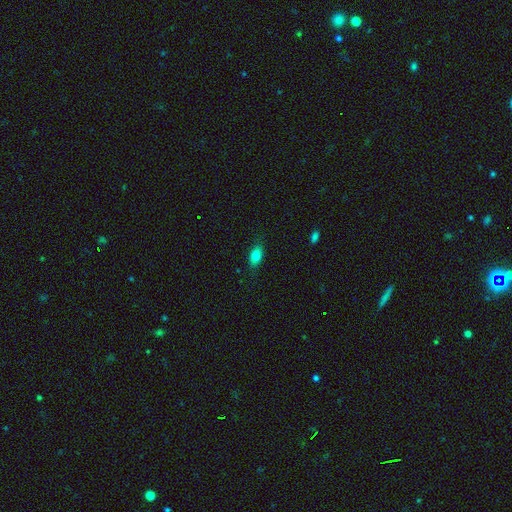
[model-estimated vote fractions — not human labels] Smooth or featured? smooth (80%)
How rounded? in between (87%)
Merging? none (83%)